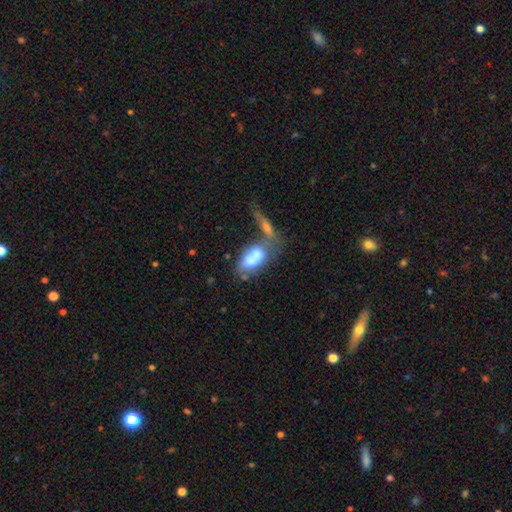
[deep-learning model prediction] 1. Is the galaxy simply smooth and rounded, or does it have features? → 66% smooth, 25% featured or disk, 8% star or artifact.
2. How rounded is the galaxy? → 86% in between, 7% cigar-shaped, 7% round.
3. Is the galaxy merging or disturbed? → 52% merger, 22% none, 13% major disturbance, 13% minor disturbance.